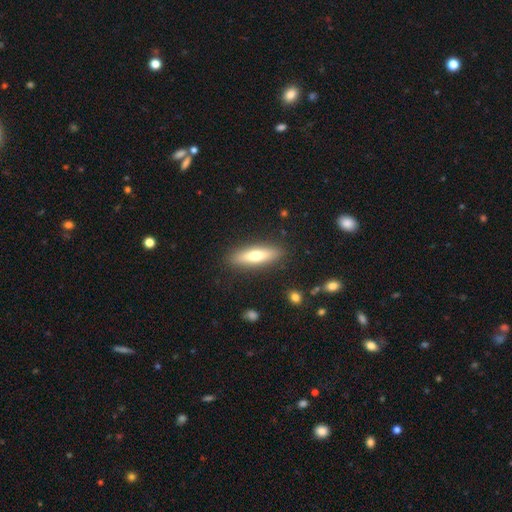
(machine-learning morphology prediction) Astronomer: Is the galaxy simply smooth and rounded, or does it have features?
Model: smooth — 61%.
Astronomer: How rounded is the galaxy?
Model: cigar-shaped — 63%.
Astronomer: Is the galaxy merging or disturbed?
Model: none — 88%.